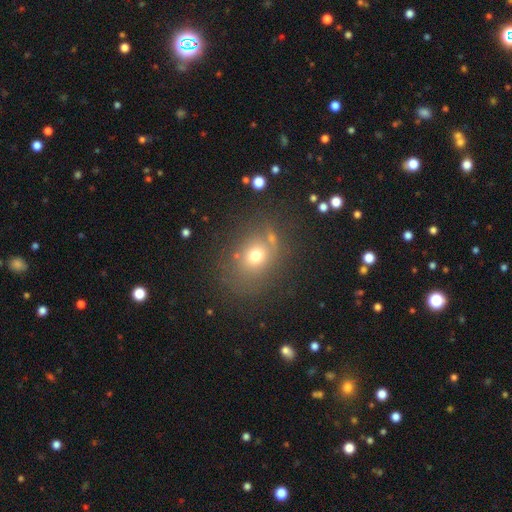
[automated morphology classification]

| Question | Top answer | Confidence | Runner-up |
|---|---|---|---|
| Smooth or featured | smooth | 69% | star or artifact (18%) |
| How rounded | round | 61% | in between (38%) |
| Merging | none | 70% | minor disturbance (15%) |